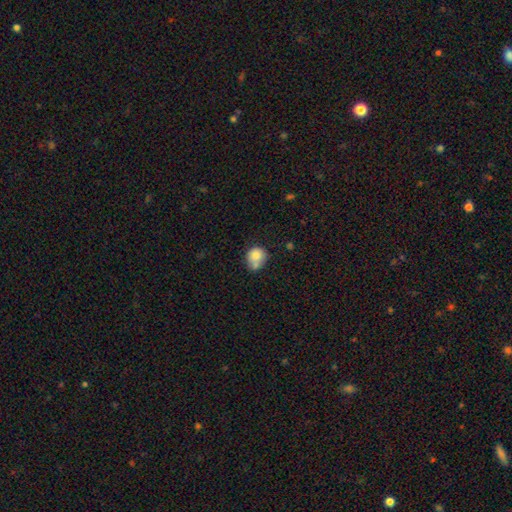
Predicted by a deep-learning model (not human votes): Overall: smooth (77%). How rounded: round (73%). Merging: none (41%; merger 35%).